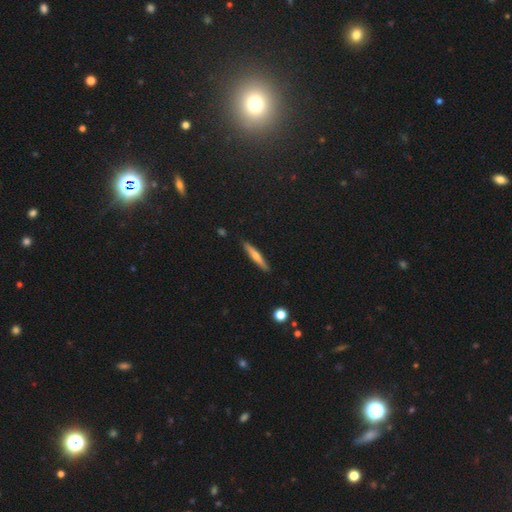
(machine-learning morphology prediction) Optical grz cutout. It shows a smooth galaxy with no disk features (46%, tied with featured or disk). Merging: none (90%).